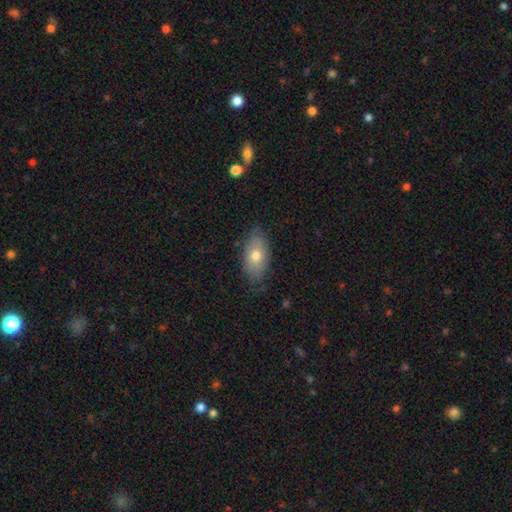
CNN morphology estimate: A smooth galaxy with no disk features (69%) that is in between round and cigar-shaped (90%).

Vote fractions:
- Smooth or featured? smooth: 69% / featured or disk: 24% / star or artifact: 7%
- How rounded? in between: 90% / round: 6% / cigar-shaped: 4%
- Merging? none: 78% / minor disturbance: 17% / major disturbance: 3% / merger: 1%